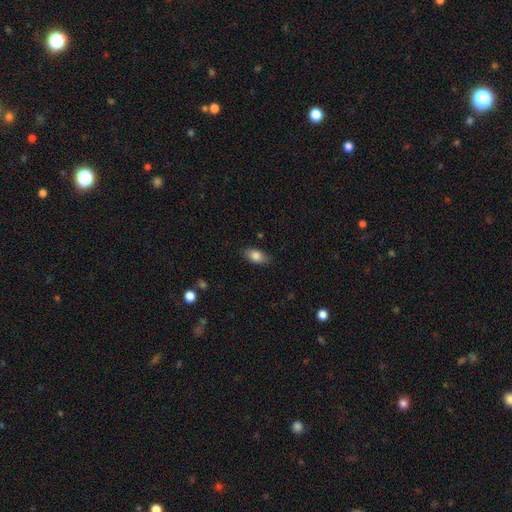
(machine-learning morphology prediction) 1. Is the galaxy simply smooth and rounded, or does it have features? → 82% smooth, 10% featured or disk, 7% star or artifact.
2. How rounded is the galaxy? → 89% in between, 6% round, 5% cigar-shaped.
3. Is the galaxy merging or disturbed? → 84% none, 12% minor disturbance, 3% major disturbance, 1% merger.